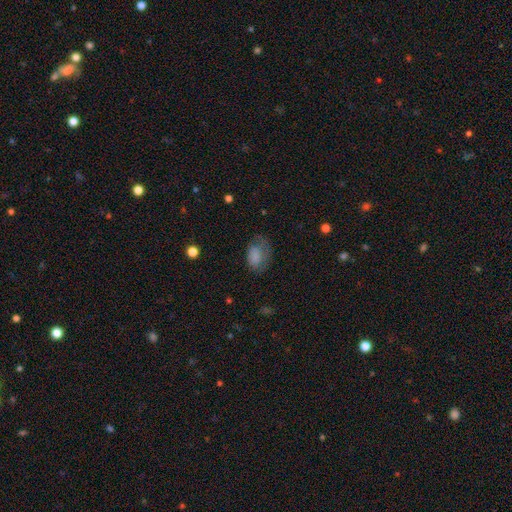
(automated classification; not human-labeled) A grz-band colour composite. It shows a smooth galaxy with no disk features (72%) that is in between round and cigar-shaped (84%). Merging: none (42%).